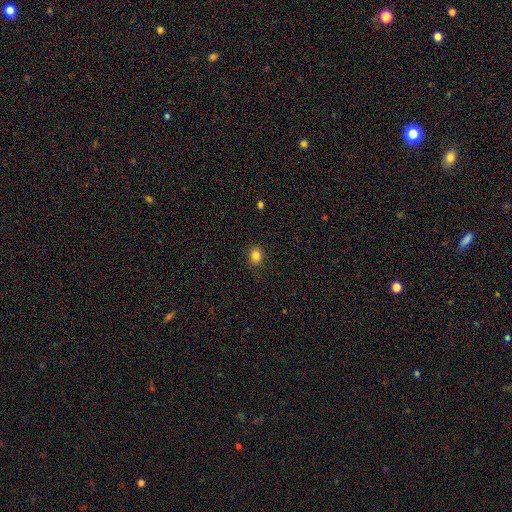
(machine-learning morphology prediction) Smooth or featured? smooth (84%)
How rounded? round (66%)
Merging? none (89%)